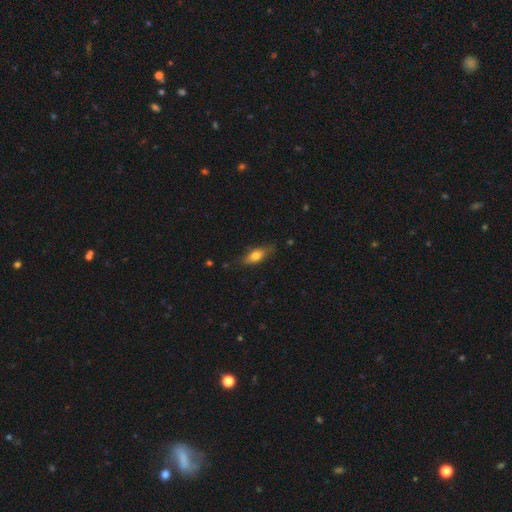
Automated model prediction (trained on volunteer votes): smooth-or-featured: smooth: 67% | featured or disk: 26% | star or artifact: 7%
  how-rounded: in between: 68% | cigar-shaped: 28% | round: 4%
  merging: none: 74% | minor disturbance: 21% | major disturbance: 4% | merger: 2%